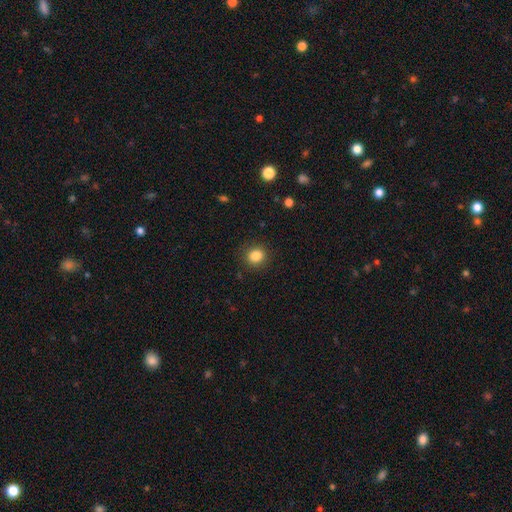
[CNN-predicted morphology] Smooth or featured? Predicted: smooth (p=0.85). How rounded? Predicted: round (p=0.81). Merging? Predicted: none (p=0.89).